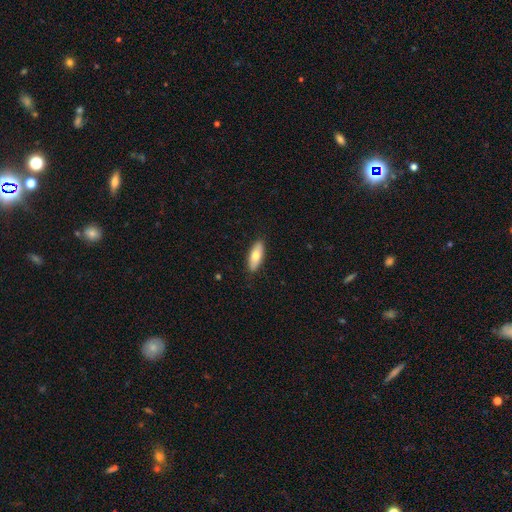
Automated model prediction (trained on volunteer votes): This is likely a smooth galaxy (72%). How rounded: likely in between (70%). Merging: clearly none (88%).